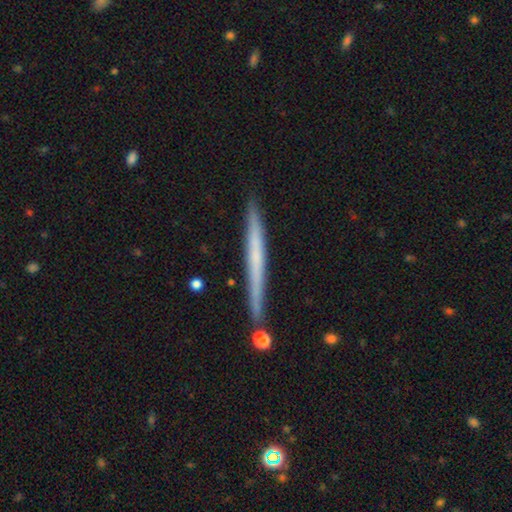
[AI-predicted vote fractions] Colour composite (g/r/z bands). It shows a featured or disk galaxy (50%). Merging: none (85%).